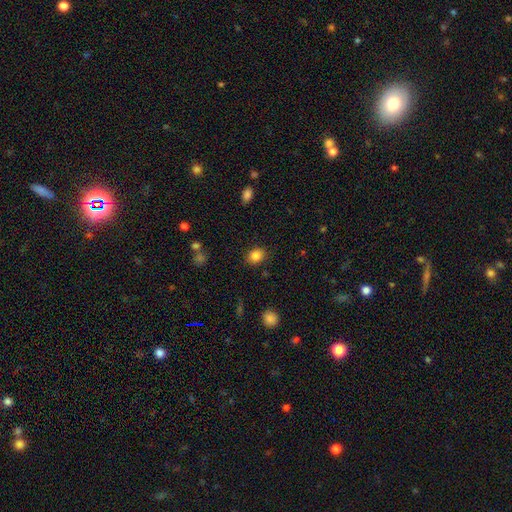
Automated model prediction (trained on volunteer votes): Smooth or featured? smooth (85%)
How rounded? round (65%)
Merging? none (87%)